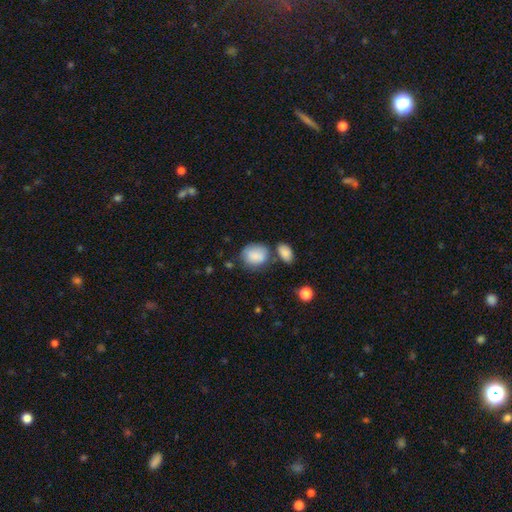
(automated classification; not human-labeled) Smooth or featured?
  - smooth: 85% *
  - featured or disk: 8%
  - star or artifact: 7%
How rounded?
  - round: 53% *
  - in between: 46%
  - cigar-shaped: 1%
Merging?
  - none: 52% *
  - minor disturbance: 22%
  - merger: 19%
  - major disturbance: 8%